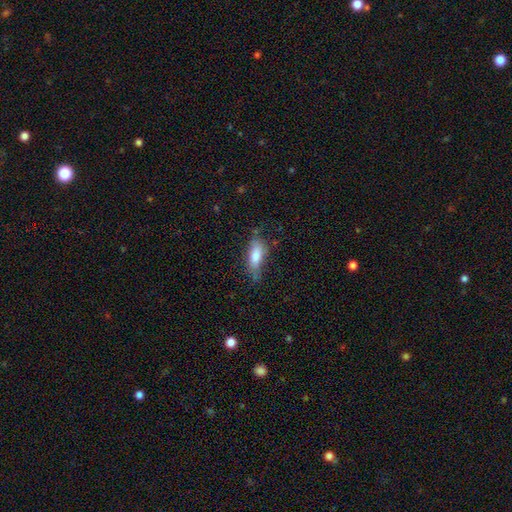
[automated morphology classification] Q: Smooth or featured?
A: smooth (74%); runner-up: featured or disk (18%)
Q: How rounded?
A: in between (67%); runner-up: cigar-shaped (30%)
Q: Merging?
A: none (56%); runner-up: minor disturbance (30%)